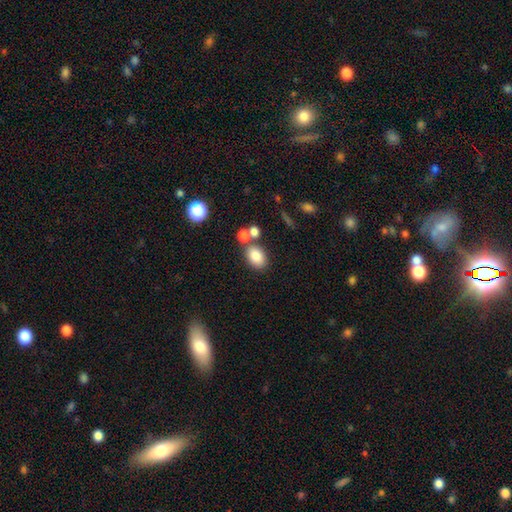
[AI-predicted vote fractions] smooth-or-featured: smooth: 82% | star or artifact: 9% | featured or disk: 9%
  how-rounded: in between: 80% | round: 19% | cigar-shaped: 1%
  merging: none: 61% | merger: 24% | minor disturbance: 11% | major disturbance: 4%